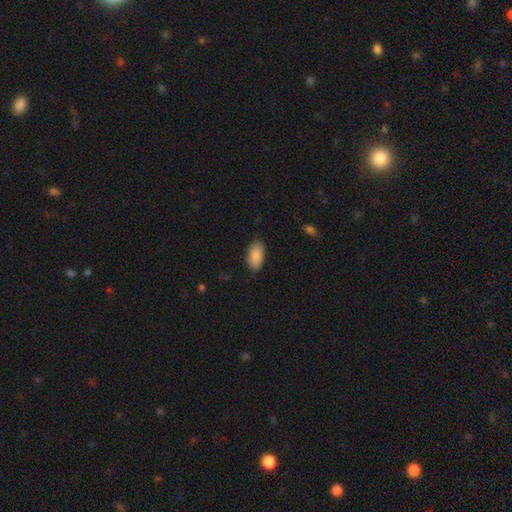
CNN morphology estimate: Smooth or featured: smooth — 88% (star or artifact — 6%)
How rounded: in between — 95% (round — 3%)
Merging: none — 84% (minor disturbance — 12%)